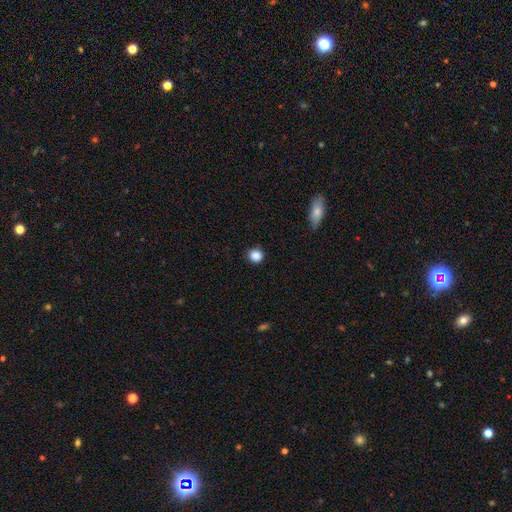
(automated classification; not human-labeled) smooth-or-featured: smooth: 87% | star or artifact: 10% | featured or disk: 3%
  how-rounded: round: 92% | in between: 7% | cigar-shaped: 1%
  merging: none: 90% | minor disturbance: 7% | major disturbance: 2% | merger: 1%